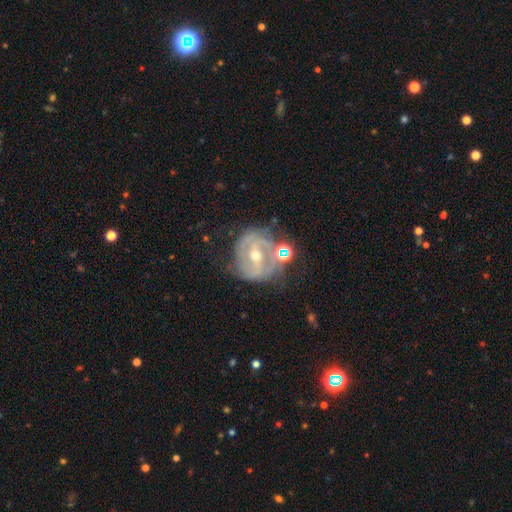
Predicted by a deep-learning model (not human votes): Smooth or featured? featured or disk (84%)
Edge-on disk? no (97%)
Bar? weak (41%)
Spiral arms? yes (89%)
Spiral winding? tight (49%)
Spiral arm count? 2 (52%)
Bulge size? moderate (49%)
Merging? none (55%)